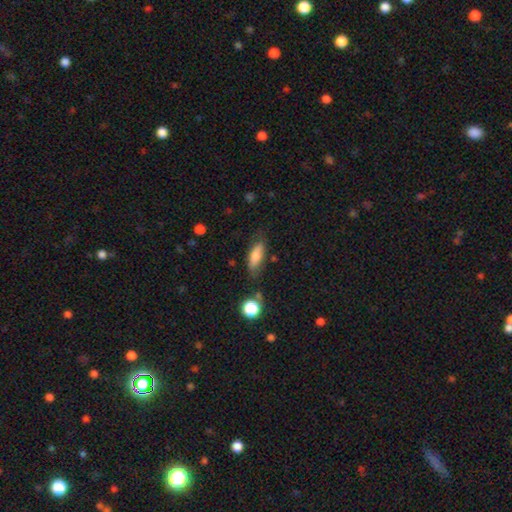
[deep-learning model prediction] A smooth galaxy with no disk features (72%) that is in between round and cigar-shaped (66%). Merging: none (68%).